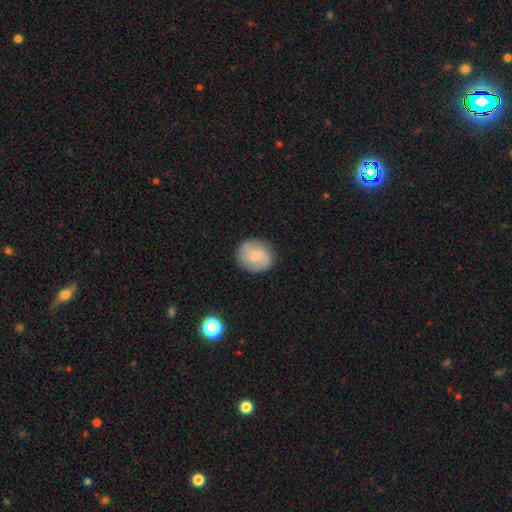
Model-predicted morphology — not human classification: This appears to be a smooth galaxy with no disk features (59%) that is round (72%). Merging: none (84%).